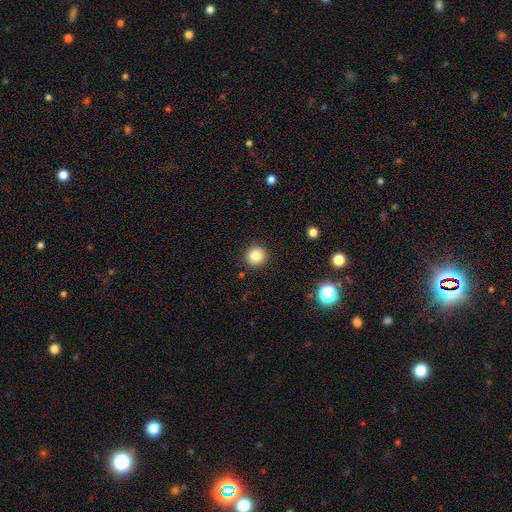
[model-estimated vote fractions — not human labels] The model was most divided on "smooth or featured": smooth: 84%, star or artifact: 11%, featured or disk: 5%. More confident: how rounded — round (93%); merging — none (91%).